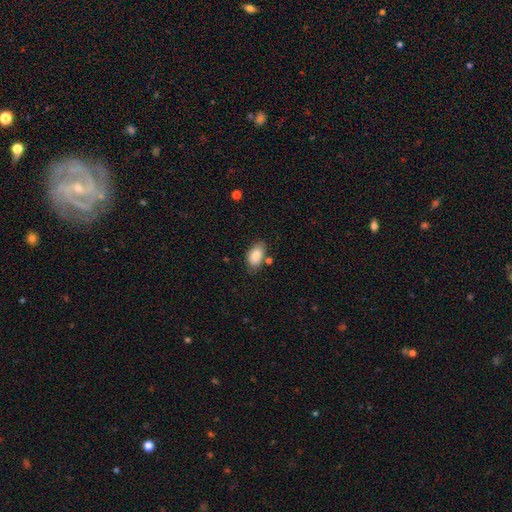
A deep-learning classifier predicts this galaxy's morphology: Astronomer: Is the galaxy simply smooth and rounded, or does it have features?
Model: smooth — 86%.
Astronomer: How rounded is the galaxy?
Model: in between — 93%.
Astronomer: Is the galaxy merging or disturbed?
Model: none — 74%.